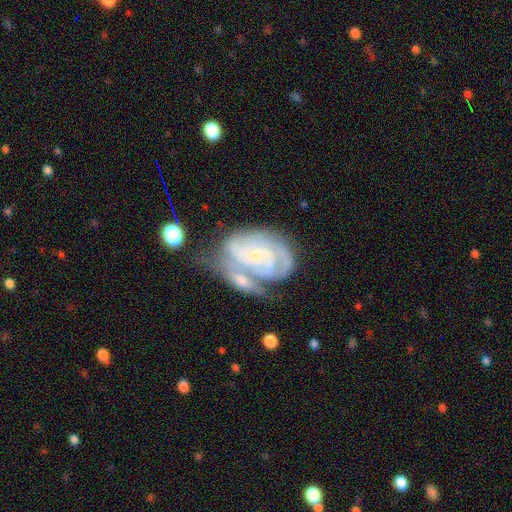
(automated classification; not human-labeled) A featured or disk galaxy (83%) with no bar (64%), 2 (35%) tight (64%) spiral arms (94%) and a small central bulge (79%).

Vote fractions:
- Smooth or featured? featured or disk: 83% / smooth: 11% / star or artifact: 6%
- Edge-on disk? no: 97% / yes: 3%
- Bar? no: 64% / weak: 28% / strong: 8%
- Spiral arms? yes: 94% / no: 6%
- Spiral winding? tight: 64% / medium: 29% / loose: 7%
- Spiral arm count? 2: 35% / can't tell: 30% / 3: 20% / 4: 6% / 1: 5% / more than 4: 4%
- Bulge size? small: 79% / moderate: 14% / none: 5% / large: 1% / dominant: 1%
- Merging? none: 33% / merger: 32% / minor disturbance: 20% / major disturbance: 15%